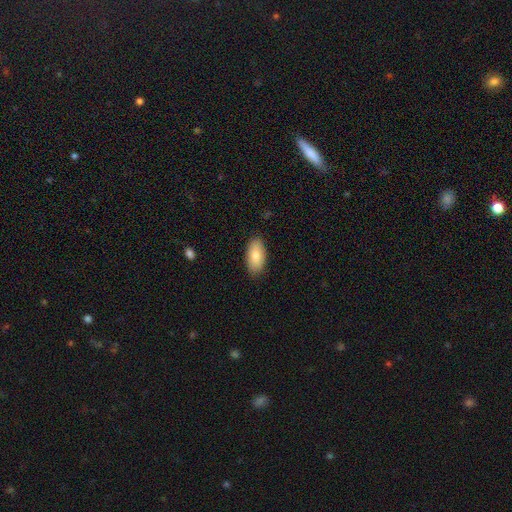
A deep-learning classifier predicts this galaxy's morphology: smooth_or_featured: smooth (p=0.83) [alt: featured or disk p=0.11]
how_rounded: in between (p=0.94) [alt: cigar-shaped p=0.04]
merging: none (p=0.87) [alt: minor disturbance p=0.10]